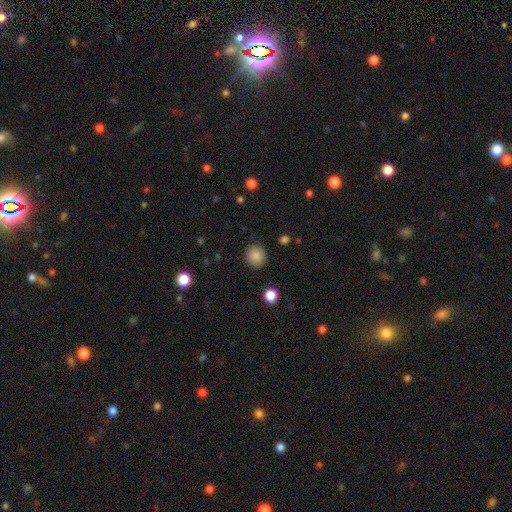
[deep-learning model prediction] Smooth or featured?
  - smooth: 87% *
  - star or artifact: 10%
  - featured or disk: 4%
How rounded?
  - round: 87% *
  - in between: 12%
  - cigar-shaped: 1%
Merging?
  - none: 89% *
  - minor disturbance: 7%
  - major disturbance: 2%
  - merger: 1%